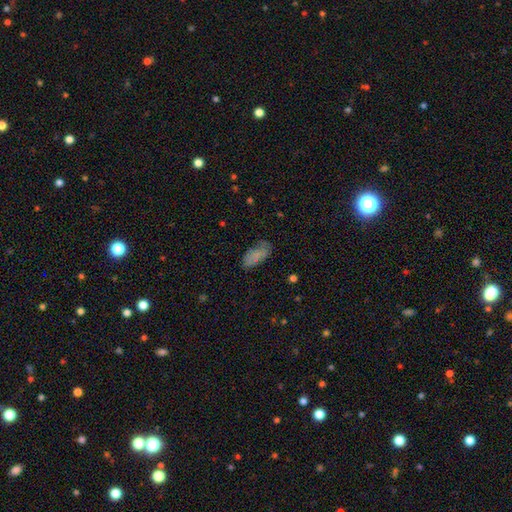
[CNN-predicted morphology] Overall: smooth (78%). How rounded: in between (89%). Merging: none (65%).